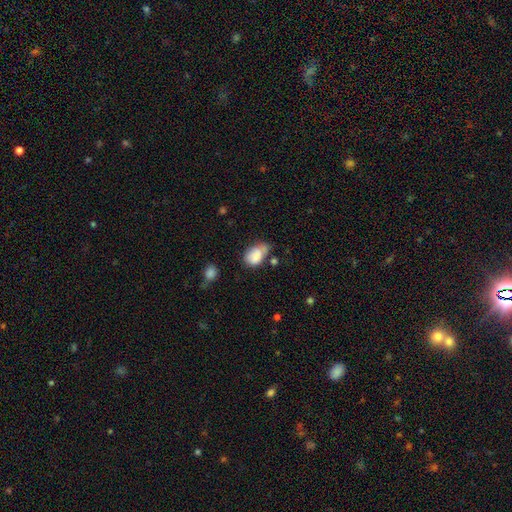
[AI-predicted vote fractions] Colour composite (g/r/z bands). It shows a smooth galaxy with no disk features (81%) that is in between round and cigar-shaped (83%). Merging: minor disturbance (37%).